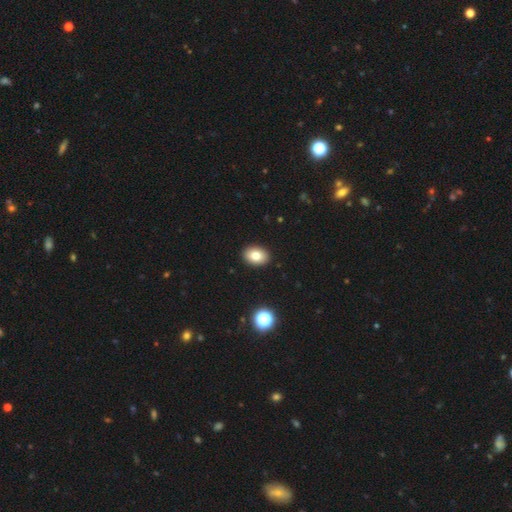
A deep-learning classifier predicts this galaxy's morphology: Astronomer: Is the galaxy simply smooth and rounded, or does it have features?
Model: smooth — 81%.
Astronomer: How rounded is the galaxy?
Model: in between — 78%.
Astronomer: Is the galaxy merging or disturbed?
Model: none — 91%.